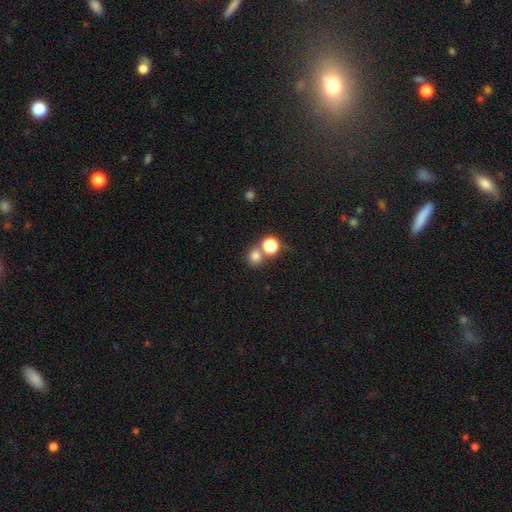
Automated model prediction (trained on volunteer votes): This is likely a smooth galaxy (77%). How rounded: clearly round (86%). Merging: possibly none (60%).